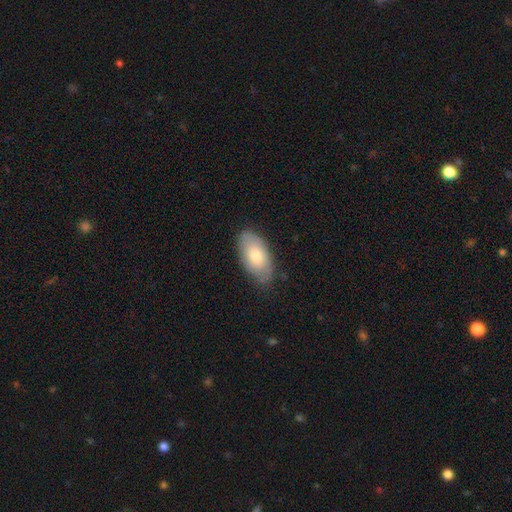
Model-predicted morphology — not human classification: Smooth or featured?
  - smooth: 69% *
  - featured or disk: 25%
  - star or artifact: 6%
How rounded?
  - in between: 94% *
  - cigar-shaped: 3%
  - round: 3%
Merging?
  - none: 78% *
  - minor disturbance: 18%
  - major disturbance: 3%
  - merger: 1%